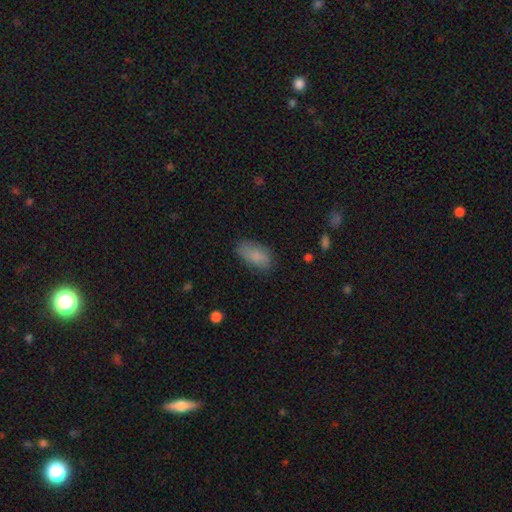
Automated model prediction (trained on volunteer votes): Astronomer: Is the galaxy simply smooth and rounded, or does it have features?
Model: smooth — 84%.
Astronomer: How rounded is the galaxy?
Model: in between — 92%.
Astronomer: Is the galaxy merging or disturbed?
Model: none — 73%.